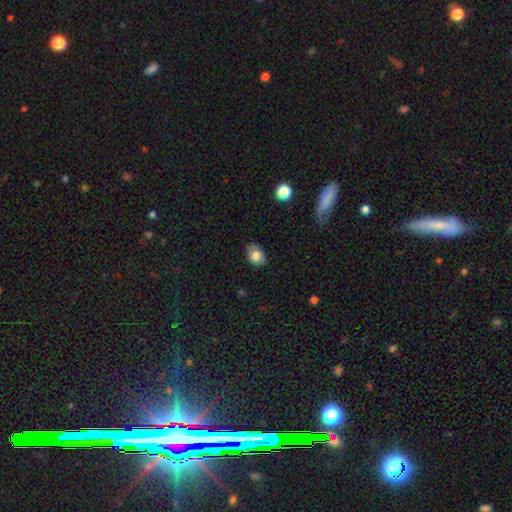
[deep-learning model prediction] smooth-or-featured: smooth: 77% | featured or disk: 15% | star or artifact: 8%
  how-rounded: in between: 79% | round: 20% | cigar-shaped: 1%
  merging: none: 80% | minor disturbance: 16% | major disturbance: 3% | merger: 1%